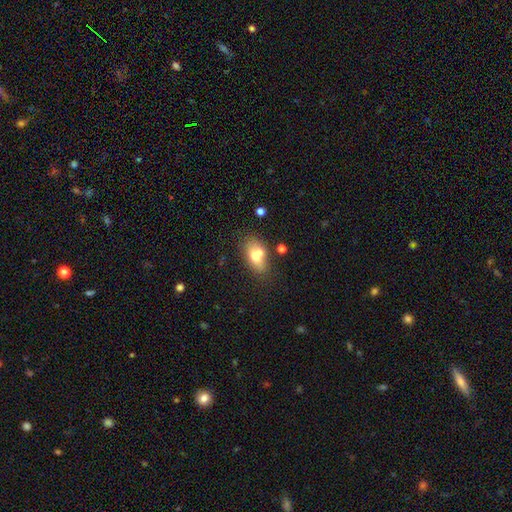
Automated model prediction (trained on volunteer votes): smooth 69%, featured or disk 22%, star or artifact 9%. Down the decision tree: how rounded — in between (82%); merging — none (50%).